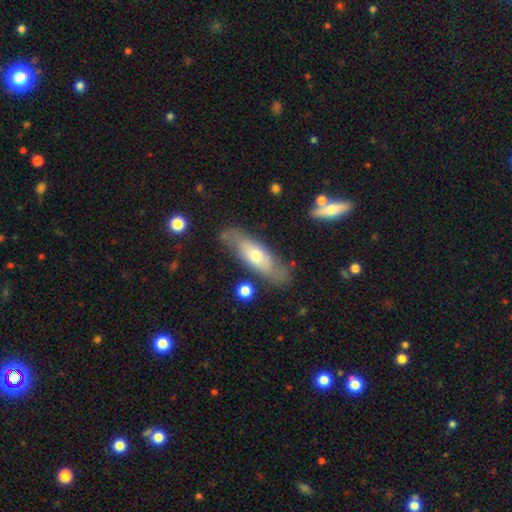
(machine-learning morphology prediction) This is possibly a smooth galaxy (51%). How rounded: possibly cigar-shaped (50%). Merging: likely none (75%).